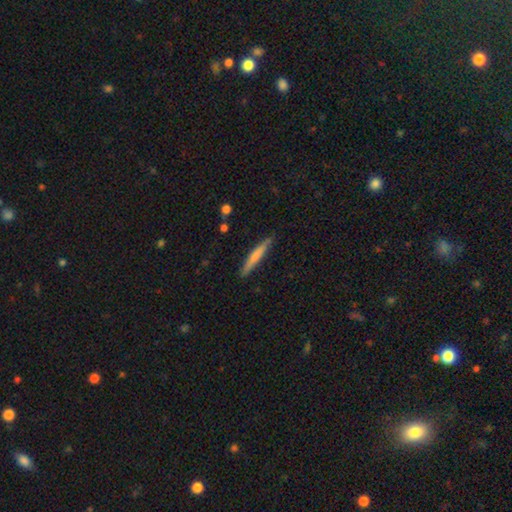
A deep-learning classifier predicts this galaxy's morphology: smooth-or-featured: smooth: 61% | featured or disk: 34% | star or artifact: 5%
  how-rounded: cigar-shaped: 95% | in between: 4% | round: 1%
  merging: none: 87% | minor disturbance: 9% | major disturbance: 2% | merger: 1%